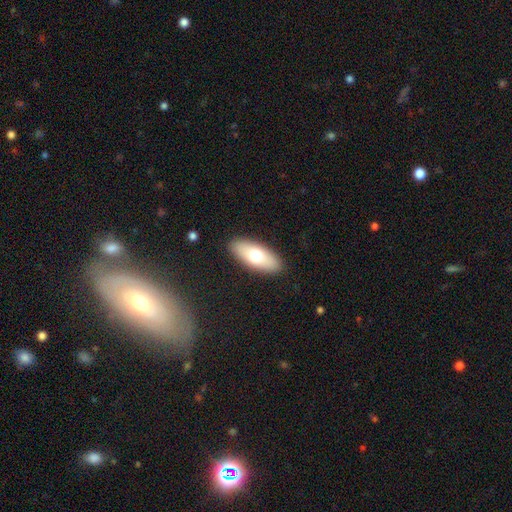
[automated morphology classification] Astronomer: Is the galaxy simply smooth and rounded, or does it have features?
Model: smooth — 69%.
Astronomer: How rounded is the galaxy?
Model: in between — 81%.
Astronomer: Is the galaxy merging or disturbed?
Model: none — 90%.